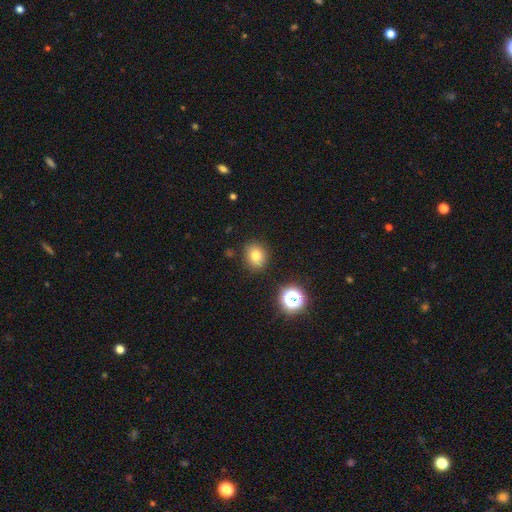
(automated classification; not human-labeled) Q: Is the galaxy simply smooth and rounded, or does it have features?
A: smooth — 77%.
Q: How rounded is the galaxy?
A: round — 68%.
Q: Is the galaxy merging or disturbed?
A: none — 85%.